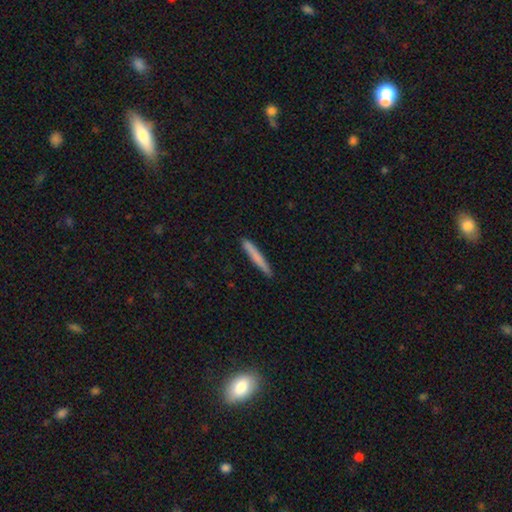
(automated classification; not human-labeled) Overall: smooth (74%). How rounded: cigar-shaped (96%). Merging: none (91%).